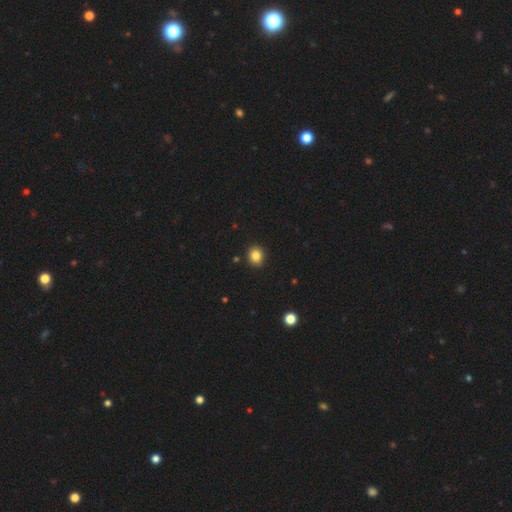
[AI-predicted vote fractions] smooth_or_featured: smooth (p=0.84) [alt: star or artifact p=0.11]
how_rounded: round (p=0.71) [alt: in between p=0.29]
merging: none (p=0.92) [alt: minor disturbance p=0.06]